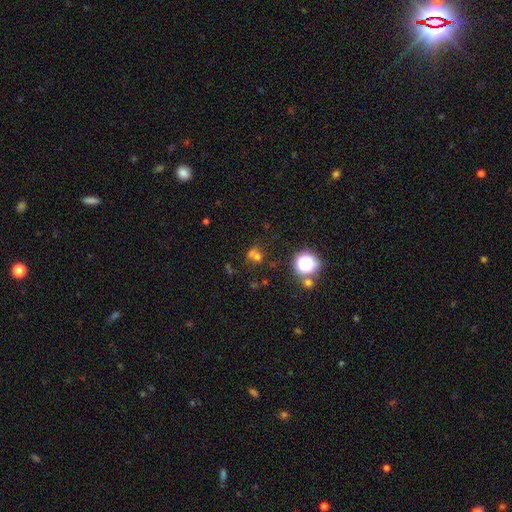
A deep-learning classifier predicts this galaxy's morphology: A smooth galaxy with no disk features (56%) that is round (78%).

Vote fractions:
- Smooth or featured? smooth: 56% / star or artifact: 30% / featured or disk: 14%
- How rounded? round: 78% / in between: 21% / cigar-shaped: 1%
- Merging? none: 44% / merger: 39% / minor disturbance: 10% / major disturbance: 7%